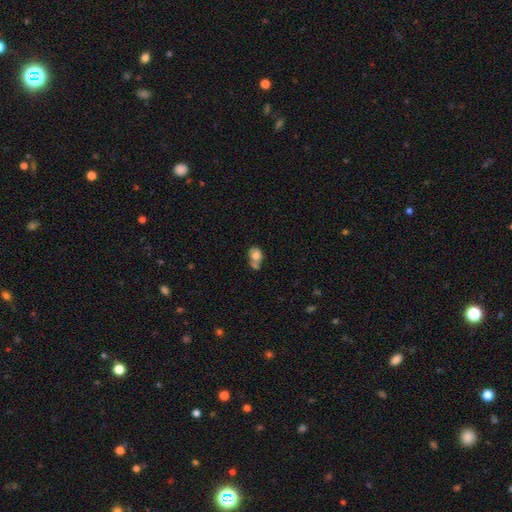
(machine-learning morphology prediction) This is likely a smooth galaxy (69%). How rounded: likely in between (62%). Merging: marginally merger (43%).